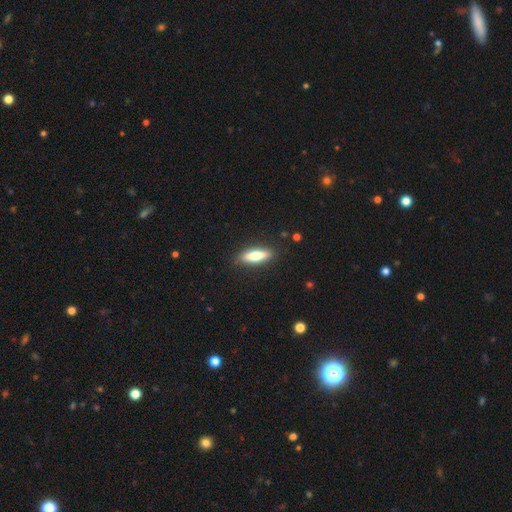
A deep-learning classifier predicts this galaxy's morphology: smooth_or_featured: smooth (p=0.66) [alt: featured or disk p=0.28]
how_rounded: cigar-shaped (p=0.56) [alt: in between p=0.42]
merging: none (p=0.88) [alt: minor disturbance p=0.09]